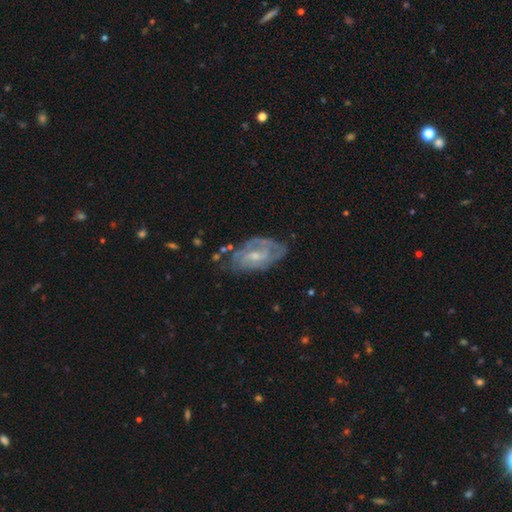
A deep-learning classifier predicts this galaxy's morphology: smooth-or-featured: featured or disk: 75% | smooth: 18% | star or artifact: 7%
  disk-edge-on: no: 94% | yes: 6%
    bar: no: 49% | weak: 43% | strong: 8%
    has-spiral-arms: yes: 79% | no: 21%
      spiral-winding: tight: 52% | medium: 35% | loose: 12%
      spiral-arm-count: can't tell: 45% | 2: 31% | 3: 12% | 1: 6% | 4: 4% | more than 4: 3%
    bulge-size: small: 55% | moderate: 38% | none: 5% | large: 2% | dominant: 1%
  merging: none: 58% | minor disturbance: 26% | major disturbance: 13% | merger: 3%